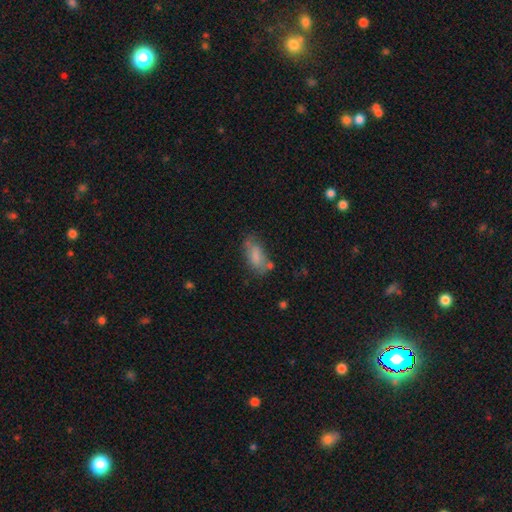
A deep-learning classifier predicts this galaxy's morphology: The model was most divided on "merging": none: 51%, minor disturbance: 27%, major disturbance: 13%, merger: 9%. More confident: how rounded — in between (84%); smooth or featured — smooth (72%).